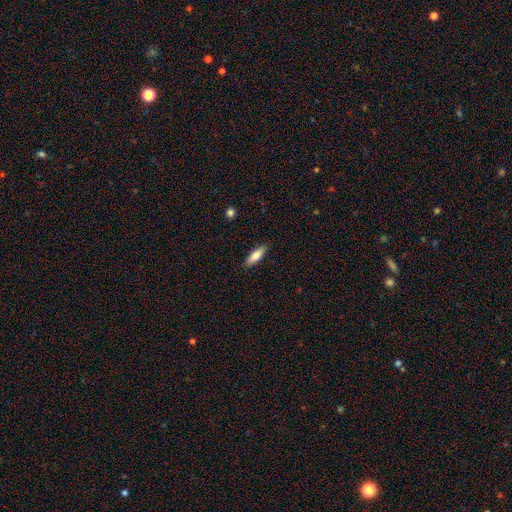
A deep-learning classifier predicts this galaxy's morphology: smooth-or-featured: smooth: 81% | featured or disk: 13% | star or artifact: 6%
  how-rounded: in between: 50% | cigar-shaped: 49% | round: 2%
  merging: none: 88% | minor disturbance: 9% | major disturbance: 2% | merger: 1%